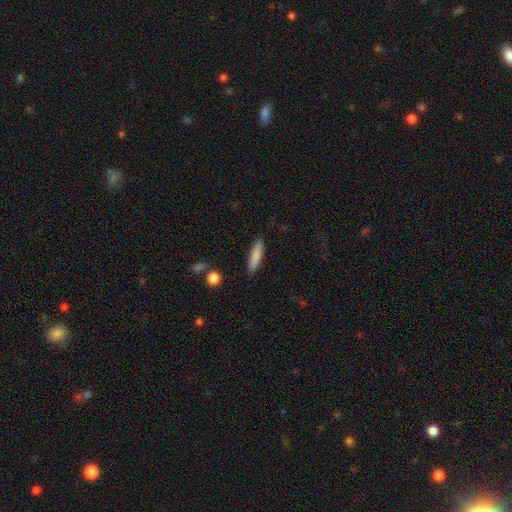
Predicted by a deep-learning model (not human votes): Smooth or featured? smooth (83%)
How rounded? cigar-shaped (78%)
Merging? none (88%)